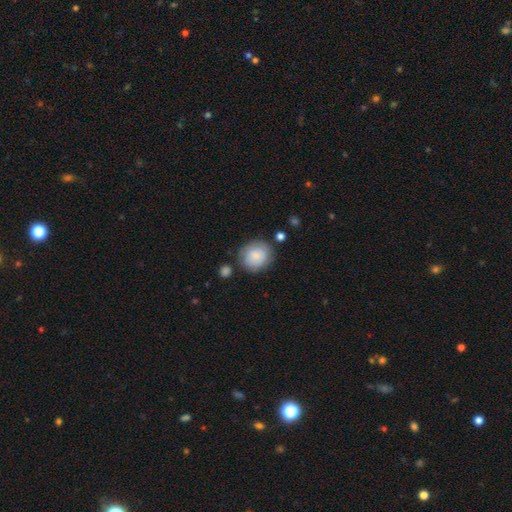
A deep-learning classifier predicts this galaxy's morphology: smooth 82%, featured or disk 11%, star or artifact 8%. Down the decision tree: how rounded — round (75%); merging — none (77%).